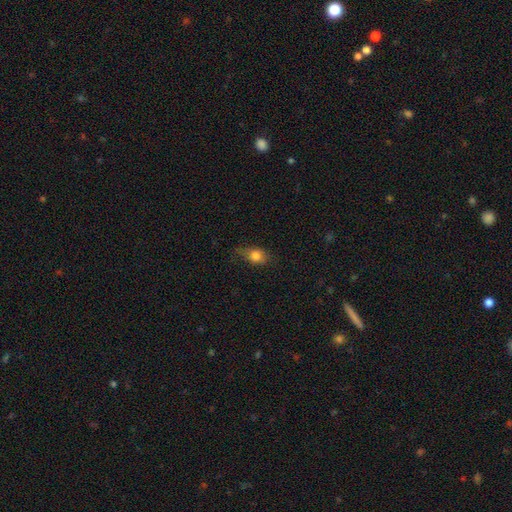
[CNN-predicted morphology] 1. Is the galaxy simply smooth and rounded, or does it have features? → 80% smooth, 11% featured or disk, 9% star or artifact.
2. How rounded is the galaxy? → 66% in between, 30% round, 4% cigar-shaped.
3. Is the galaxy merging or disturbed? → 59% none, 30% minor disturbance, 9% major disturbance, 2% merger.